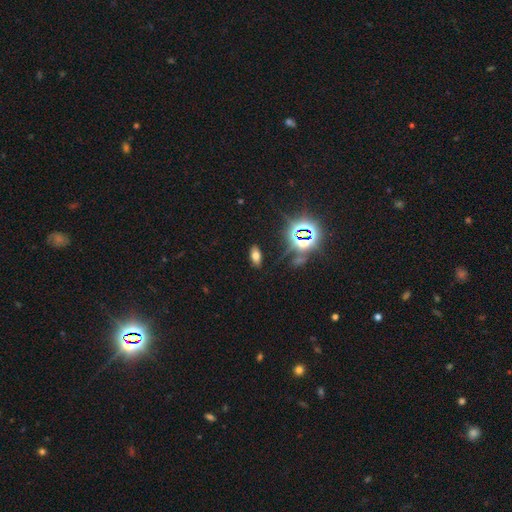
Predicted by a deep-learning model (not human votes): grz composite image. It shows a smooth galaxy with no disk features (57%) that is in between round and cigar-shaped (87%). Merging: none (86%).